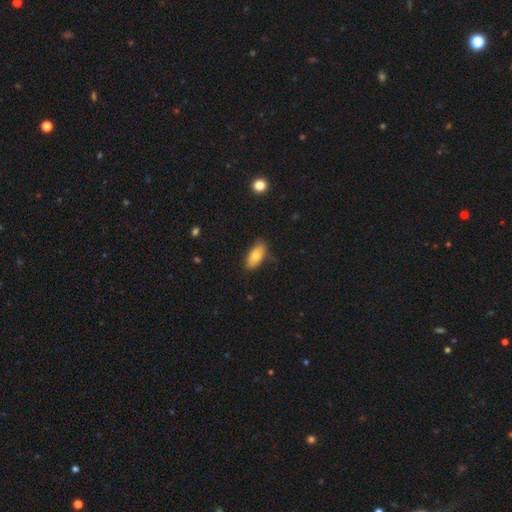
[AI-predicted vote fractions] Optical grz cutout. It shows a smooth galaxy with no disk features (77%) that is in between round and cigar-shaped (88%). Merging: none (76%).